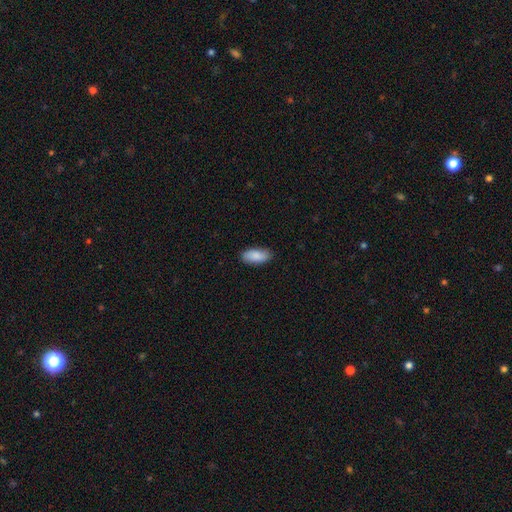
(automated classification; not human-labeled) Smooth or featured? smooth (88%)
How rounded? in between (88%)
Merging? none (87%)